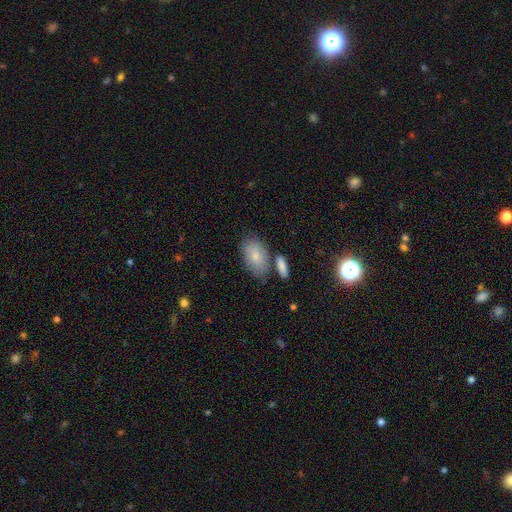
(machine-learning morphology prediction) This is likely a smooth galaxy (80%). How rounded: clearly in between (91%). Merging: likely none (64%).